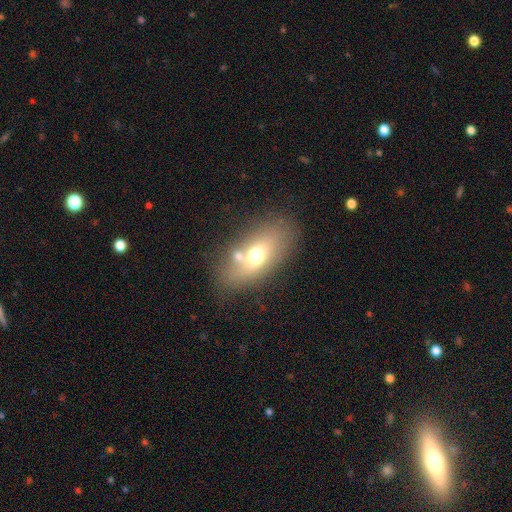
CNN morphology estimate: The model was most divided on "smooth or featured": smooth: 63%, featured or disk: 25%, star or artifact: 12%. More confident: how rounded — in between (84%); merging — none (65%).